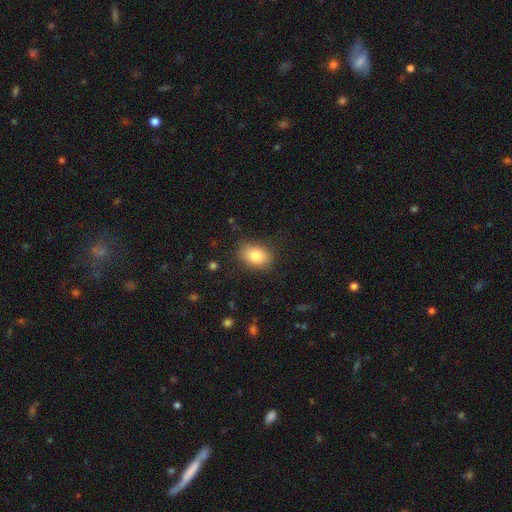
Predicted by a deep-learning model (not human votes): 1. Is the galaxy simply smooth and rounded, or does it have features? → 83% smooth, 9% featured or disk, 8% star or artifact.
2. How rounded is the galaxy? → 80% in between, 19% round, 1% cigar-shaped.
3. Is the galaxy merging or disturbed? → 82% none, 13% minor disturbance, 4% major disturbance, 1% merger.